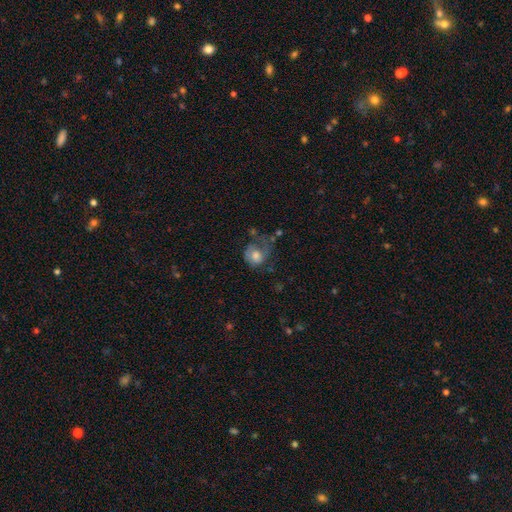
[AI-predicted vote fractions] smooth_or_featured: smooth (p=0.57) [alt: featured or disk p=0.35]
how_rounded: round (p=0.67) [alt: in between p=0.32]
merging: major disturbance (p=0.43) [alt: none p=0.28]